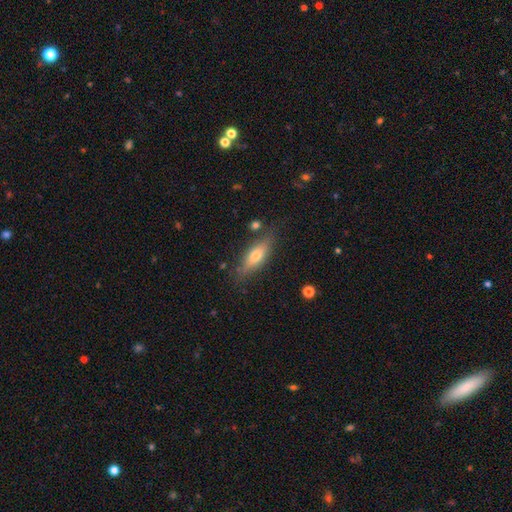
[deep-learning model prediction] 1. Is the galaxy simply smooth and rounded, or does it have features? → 58% smooth, 35% featured or disk, 7% star or artifact.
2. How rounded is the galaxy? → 54% in between, 43% cigar-shaped, 3% round.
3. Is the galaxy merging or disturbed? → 78% none, 15% minor disturbance, 4% major disturbance, 3% merger.